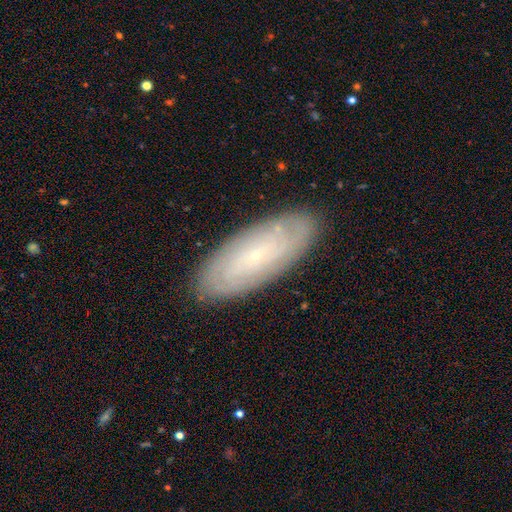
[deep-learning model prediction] This is likely a featured or disk galaxy (61%). It is clearly not viewed edge-on (86%). Bar: likely no (71%). Spiral arm pattern: clearly yes (83%). Central bulge: clearly small (87%). Merging: clearly none (87%).